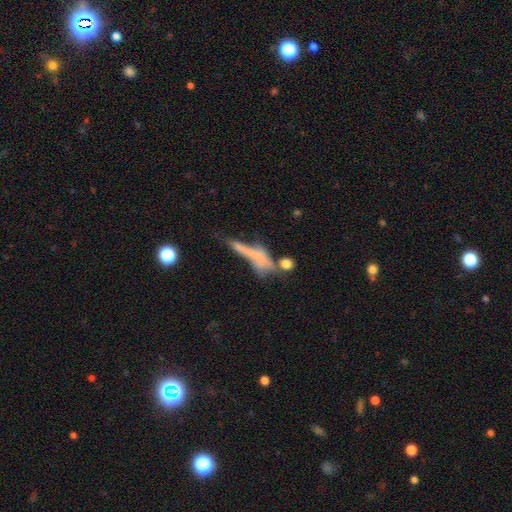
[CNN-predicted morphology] Smooth or featured: smooth — 42% (featured or disk — 41%)
Merging: major disturbance — 30% (merger — 28%)